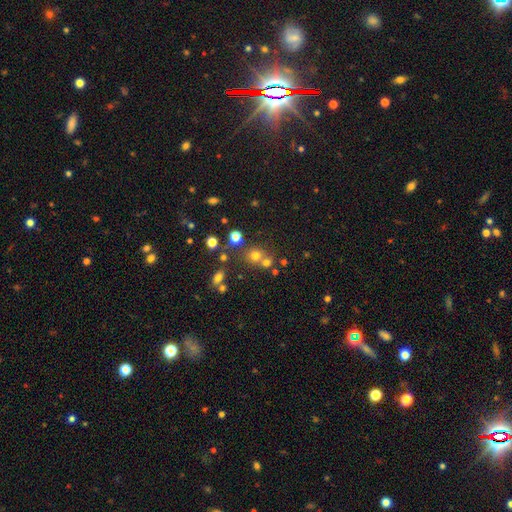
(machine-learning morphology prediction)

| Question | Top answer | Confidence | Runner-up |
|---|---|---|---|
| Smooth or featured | smooth | 67% | star or artifact (23%) |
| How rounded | round | 83% | in between (16%) |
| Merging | none | 57% | merger (31%) |